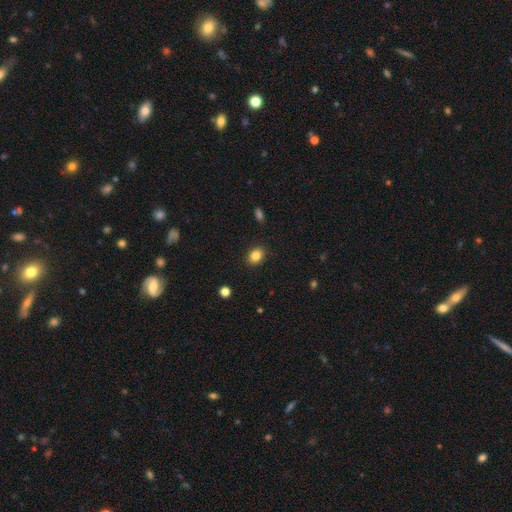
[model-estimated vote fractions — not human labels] smooth-or-featured: smooth: 85% | star or artifact: 10% | featured or disk: 5%
  how-rounded: in between: 56% | round: 43% | cigar-shaped: 1%
  merging: none: 89% | minor disturbance: 8% | major disturbance: 2% | merger: 1%